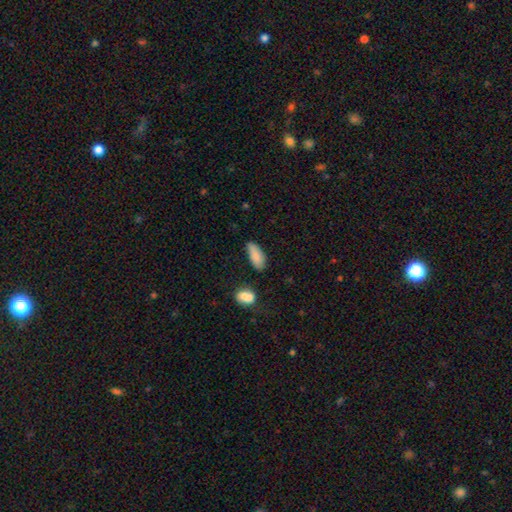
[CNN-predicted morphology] smooth_or_featured: smooth (p=0.85) [alt: featured or disk p=0.07]
how_rounded: in between (p=0.80) [alt: cigar-shaped p=0.17]
merging: none (p=0.69) [alt: minor disturbance p=0.22]